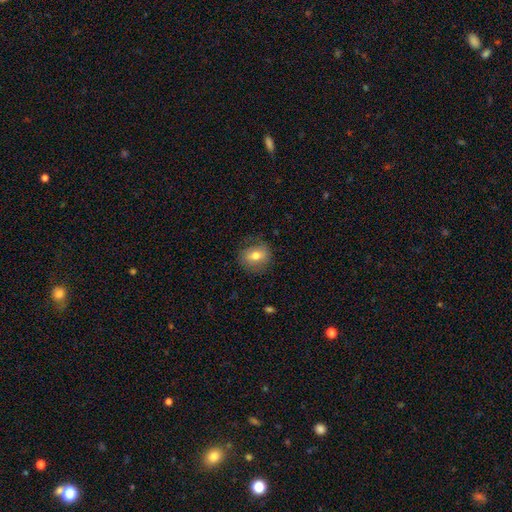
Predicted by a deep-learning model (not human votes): Smooth or featured?
  - smooth: 70% *
  - featured or disk: 21%
  - star or artifact: 9%
How rounded?
  - round: 62% *
  - in between: 36%
  - cigar-shaped: 1%
Merging?
  - none: 78% *
  - minor disturbance: 15%
  - major disturbance: 5%
  - merger: 1%